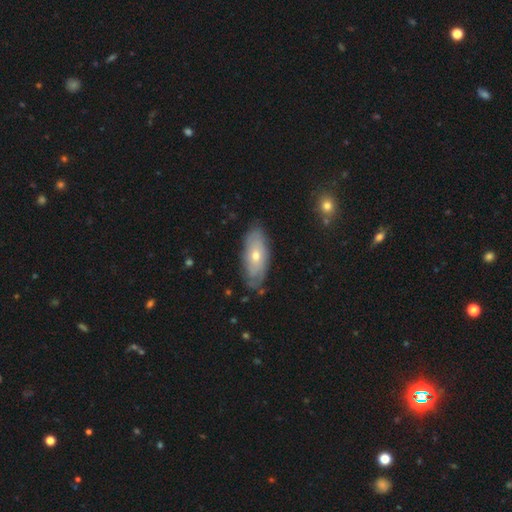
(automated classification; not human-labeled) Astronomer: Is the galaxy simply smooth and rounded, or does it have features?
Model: featured or disk — 51% (runner-up: smooth, 42%).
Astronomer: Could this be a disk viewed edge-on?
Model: no — 79%.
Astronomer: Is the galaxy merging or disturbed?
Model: none — 76%.